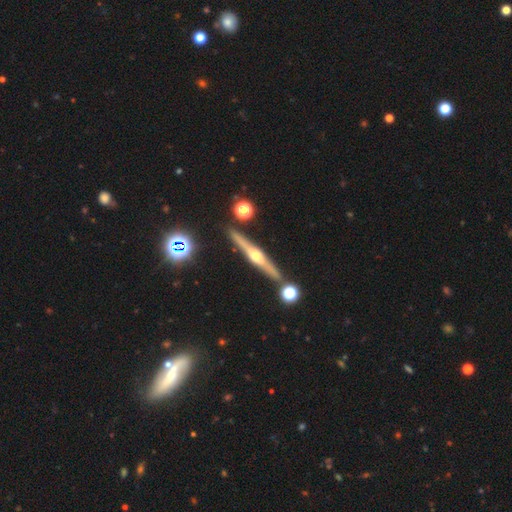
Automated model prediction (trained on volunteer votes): A featured or disk galaxy (77%) viewed edge-on (97%) with a rounded central bulge (92%). Merging: none (87%).